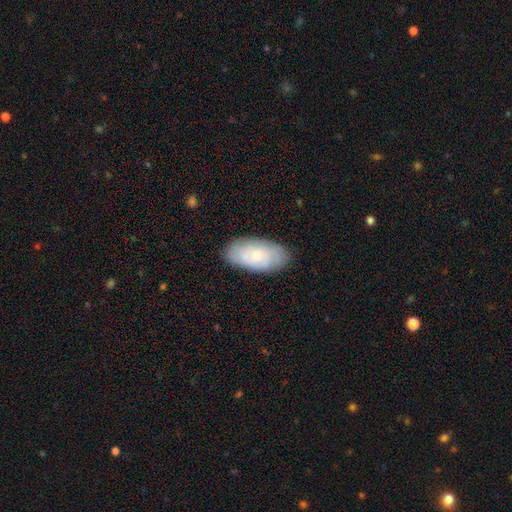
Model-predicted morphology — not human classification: Smooth or featured? Predicted: smooth (p=0.50). How rounded? Predicted: in between (p=0.92). Merging? Predicted: none (p=0.82).